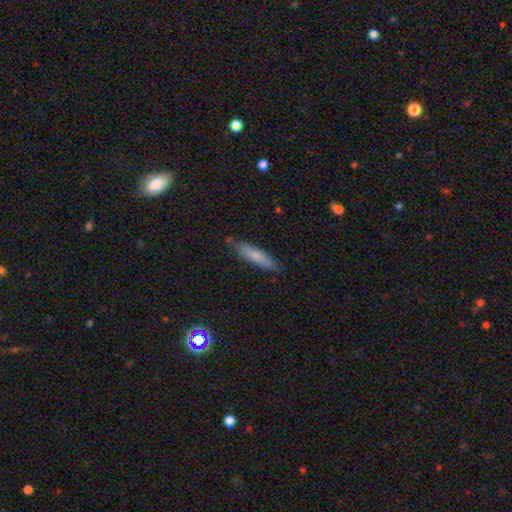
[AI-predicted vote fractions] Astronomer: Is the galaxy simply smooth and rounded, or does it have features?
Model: smooth — 70%.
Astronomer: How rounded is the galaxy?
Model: cigar-shaped — 83%.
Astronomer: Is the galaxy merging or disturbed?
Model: none — 81%.